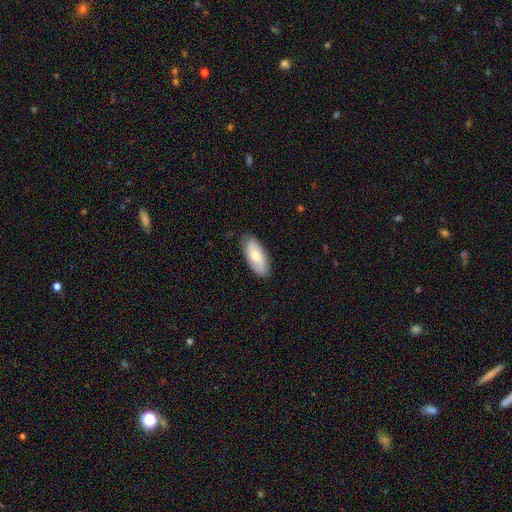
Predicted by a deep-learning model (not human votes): Smooth or featured?
  - smooth: 67% *
  - featured or disk: 27%
  - star or artifact: 6%
How rounded?
  - in between: 87% *
  - cigar-shaped: 11%
  - round: 2%
Merging?
  - none: 83% *
  - minor disturbance: 14%
  - major disturbance: 2%
  - merger: 1%